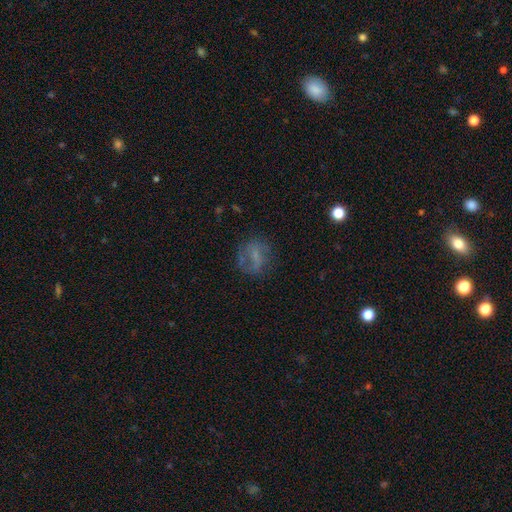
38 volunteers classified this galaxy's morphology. Smooth or featured? featured or disk (55%)
Edge-on disk? no (86%)
Bar? strong (39%)
Spiral arms? yes (72%)
Spiral winding? loose (38%)
Spiral arm count? 2 (85%)
Bulge size? small (61%)
Merging? none (61%)